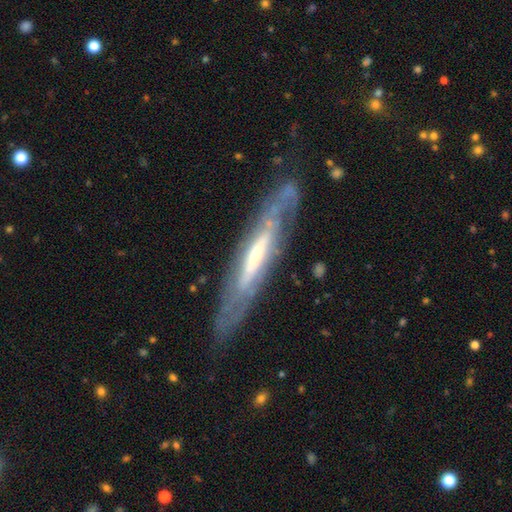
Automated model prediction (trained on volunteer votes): smooth-or-featured: featured or disk: 79% | smooth: 16% | star or artifact: 5%
  disk-edge-on: yes: 57% | no: 43%
  merging: none: 73% | minor disturbance: 17% | major disturbance: 8% | merger: 2%